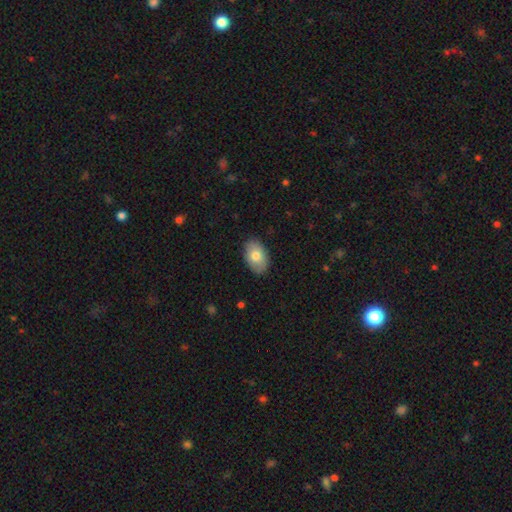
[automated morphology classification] Overall: smooth (75%). How rounded: in between (90%). Merging: none (86%).